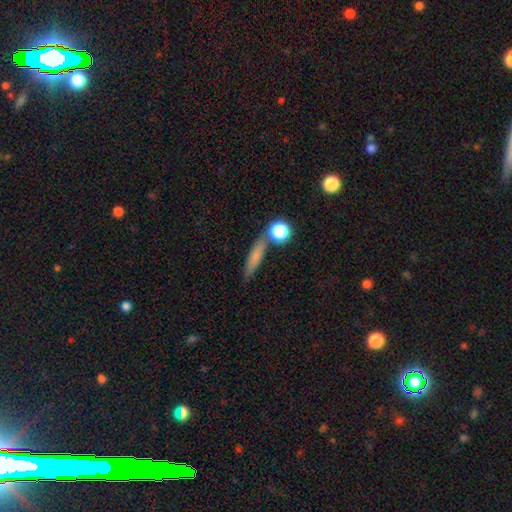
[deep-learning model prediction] A smooth galaxy with no disk features (69%) that is cigar-shaped (74%).

Vote fractions:
- Smooth or featured? smooth: 69% / featured or disk: 21% / star or artifact: 11%
- How rounded? cigar-shaped: 74% / in between: 17% / round: 9%
- Merging? none: 74% / minor disturbance: 12% / merger: 11% / major disturbance: 4%